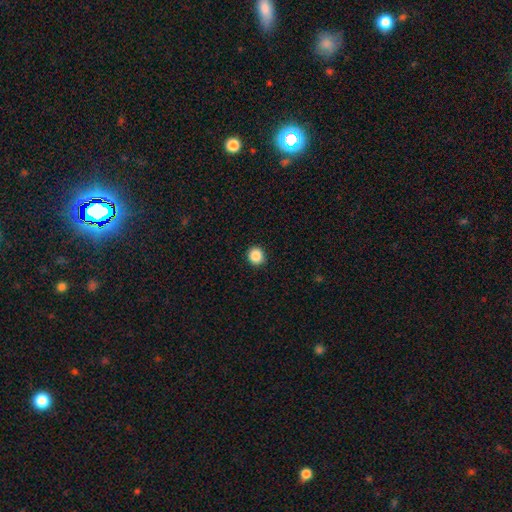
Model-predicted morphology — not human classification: The model was most divided on "how rounded": round: 88%, in between: 11%, cigar-shaped: 1%. More confident: merging — none (92%); smooth or featured — smooth (88%).